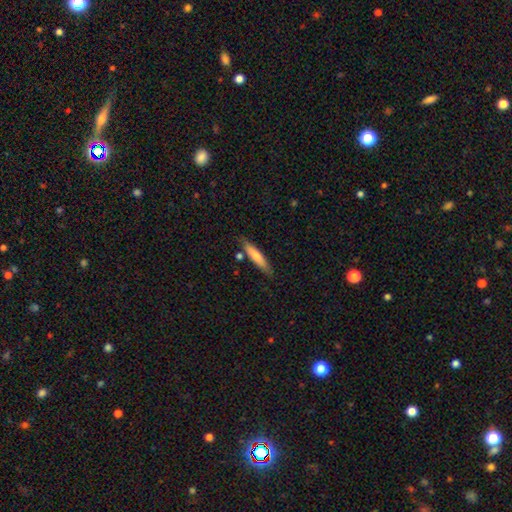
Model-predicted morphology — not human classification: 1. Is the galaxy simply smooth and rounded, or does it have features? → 69% smooth, 25% featured or disk, 6% star or artifact.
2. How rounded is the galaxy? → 85% cigar-shaped, 14% in between, 1% round.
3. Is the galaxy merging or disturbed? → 79% none, 13% minor disturbance, 5% merger, 2% major disturbance.